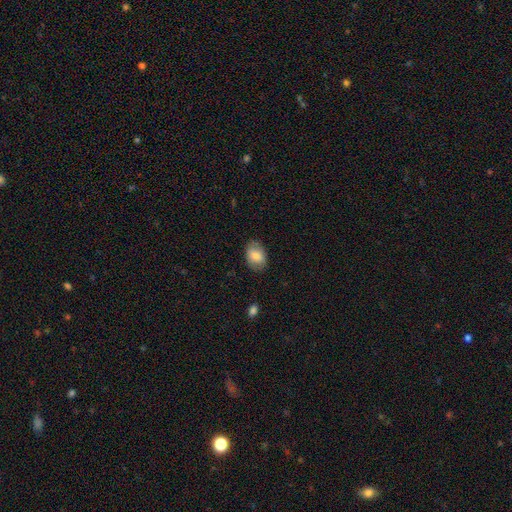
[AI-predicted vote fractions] Morphology: type=smooth (80%); roundness=in between (82%); merging=none (81%).